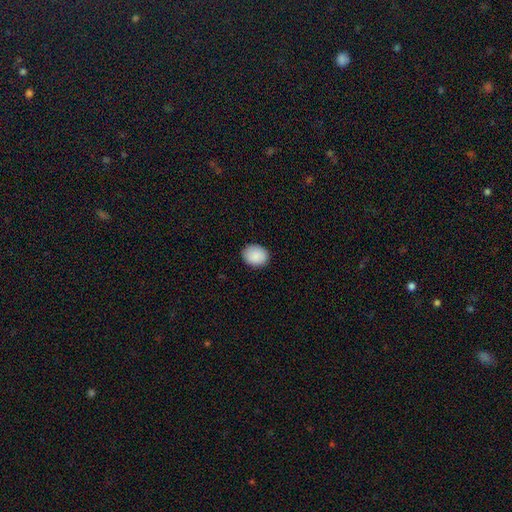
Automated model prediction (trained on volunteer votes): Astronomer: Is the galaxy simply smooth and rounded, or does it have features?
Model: smooth — 90%.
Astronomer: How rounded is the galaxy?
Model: round — 52% (runner-up: in between, 47%).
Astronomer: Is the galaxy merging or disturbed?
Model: none — 89%.